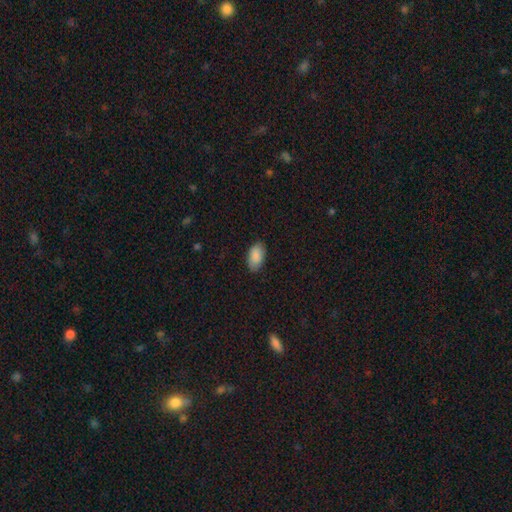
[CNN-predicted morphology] Q: Smooth or featured?
A: smooth (89%); runner-up: star or artifact (6%)
Q: How rounded?
A: in between (95%); runner-up: round (3%)
Q: Merging?
A: none (84%); runner-up: minor disturbance (12%)